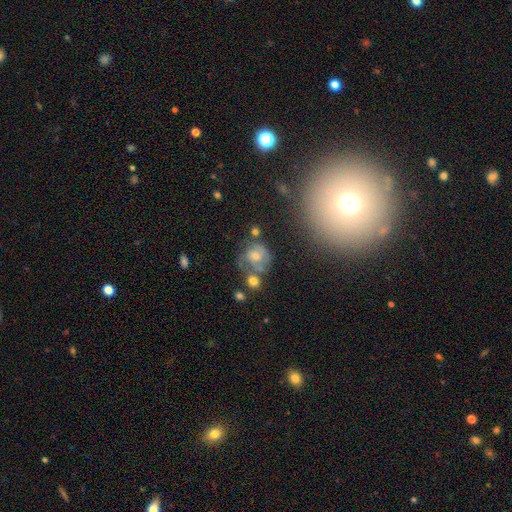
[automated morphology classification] Smooth or featured?
  - smooth: 45% *
  - featured or disk: 41%
  - star or artifact: 14%
Merging?
  - none: 40% *
  - minor disturbance: 22%
  - merger: 20%
  - major disturbance: 18%